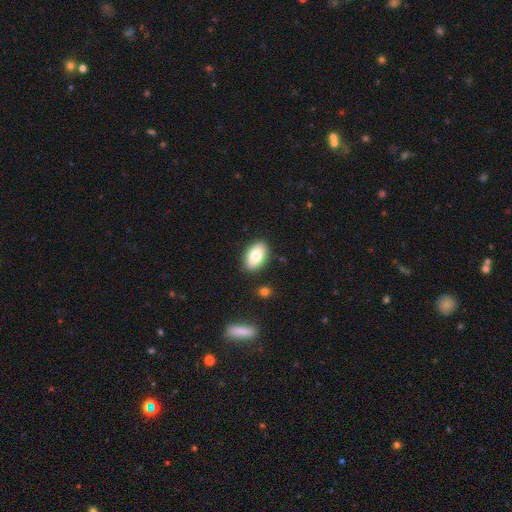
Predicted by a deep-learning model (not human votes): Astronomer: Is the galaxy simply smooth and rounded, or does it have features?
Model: smooth — 79%.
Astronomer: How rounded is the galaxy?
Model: in between — 90%.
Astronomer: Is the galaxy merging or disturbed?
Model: none — 86%.